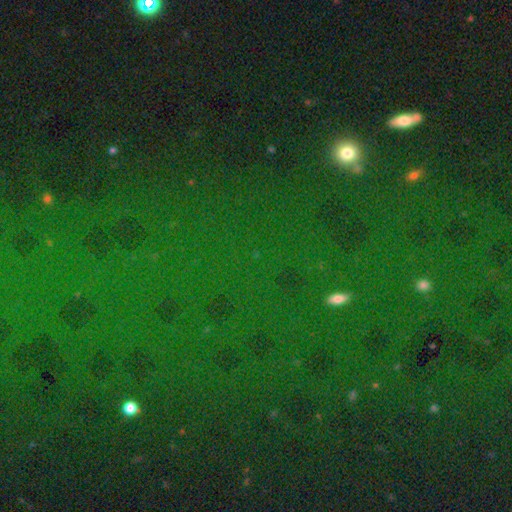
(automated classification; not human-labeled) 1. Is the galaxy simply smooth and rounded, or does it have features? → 73% star or artifact, 18% smooth, 9% featured or disk.